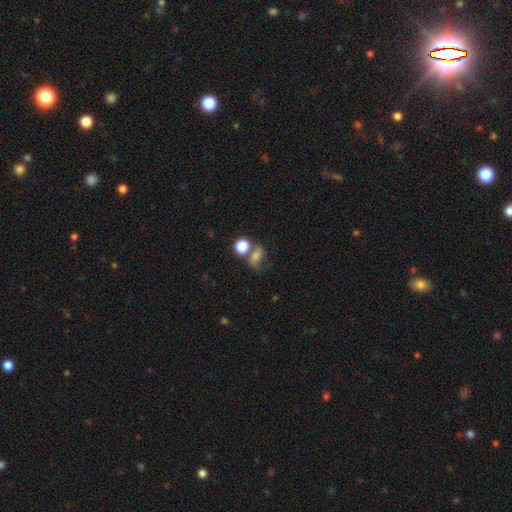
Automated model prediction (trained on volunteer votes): Morphology: type=smooth (55%); roundness=in between (49%); merging=none (38%).